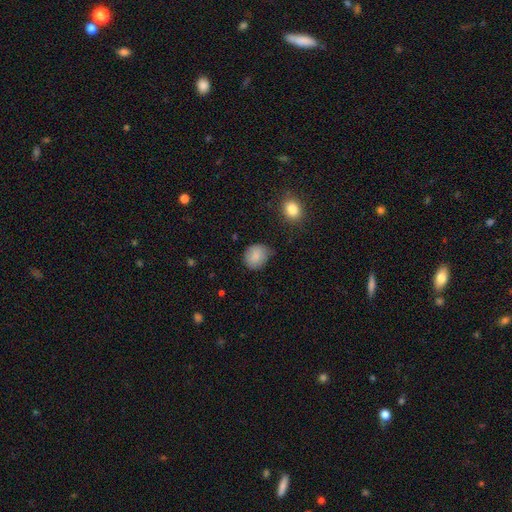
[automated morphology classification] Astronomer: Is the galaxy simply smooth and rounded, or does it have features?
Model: smooth — 86%.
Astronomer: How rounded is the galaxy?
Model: round — 68%.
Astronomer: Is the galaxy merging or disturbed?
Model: none — 67%.